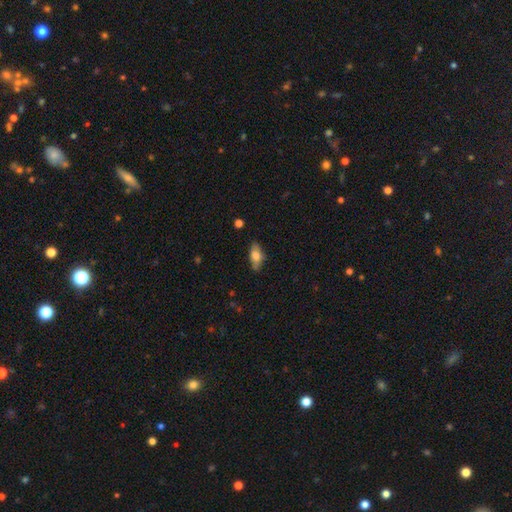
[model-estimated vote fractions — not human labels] Overall: smooth (69%). How rounded: in between (82%). Merging: none (76%).